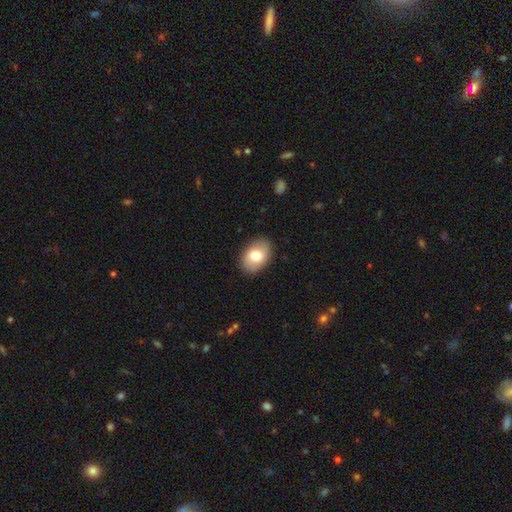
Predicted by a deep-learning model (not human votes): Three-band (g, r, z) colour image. It shows a smooth galaxy with no disk features (77%) that is in between round and cigar-shaped (86%). Merging: none (88%).